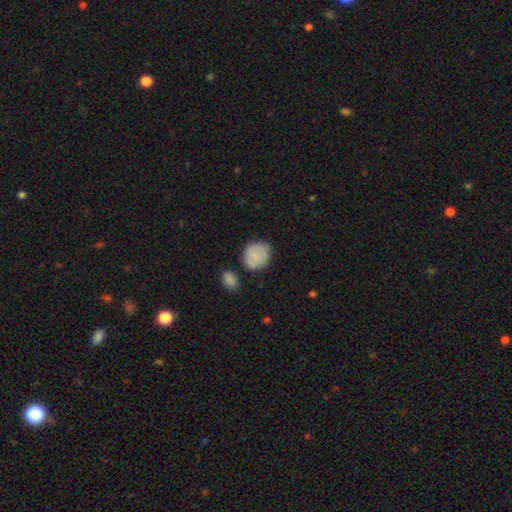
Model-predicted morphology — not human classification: smooth 82%, featured or disk 11%, star or artifact 7%. Down the decision tree: how rounded — round (71%); merging — none (70%).